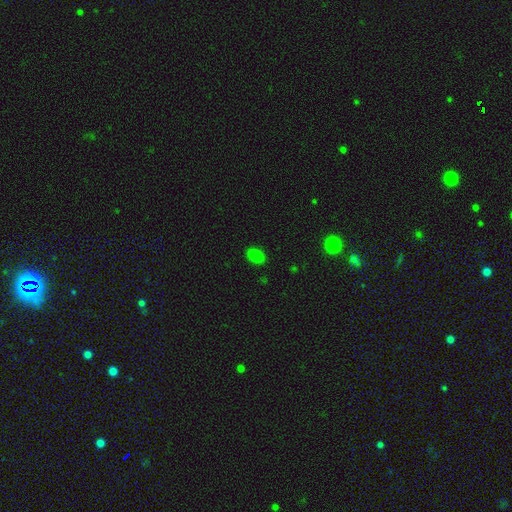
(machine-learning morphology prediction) smooth_or_featured: smooth (p=0.83) [alt: star or artifact p=0.14]
how_rounded: in between (p=0.91) [alt: round p=0.06]
merging: none (p=0.87) [alt: minor disturbance p=0.10]